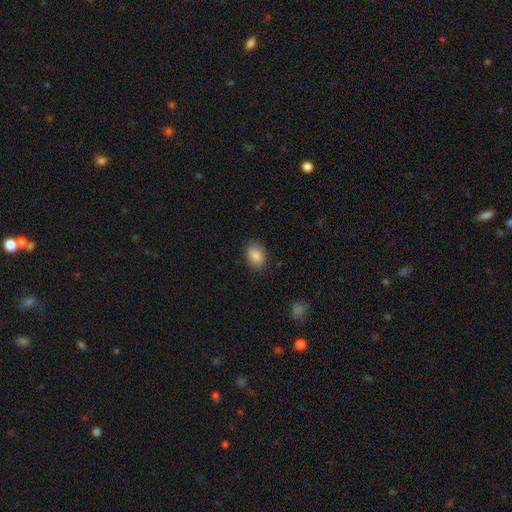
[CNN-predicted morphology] A smooth galaxy with no disk features (87%) that is in between round and cigar-shaped (83%). Merging: none (86%).